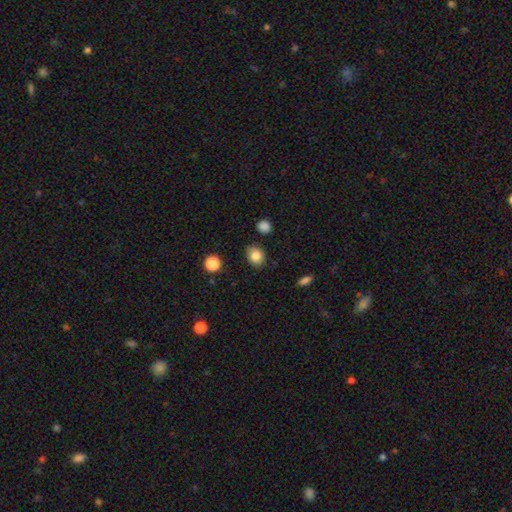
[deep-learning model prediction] Smooth or featured? Predicted: smooth (p=0.84). How rounded? Predicted: round (p=0.58). Merging? Predicted: none (p=0.83).